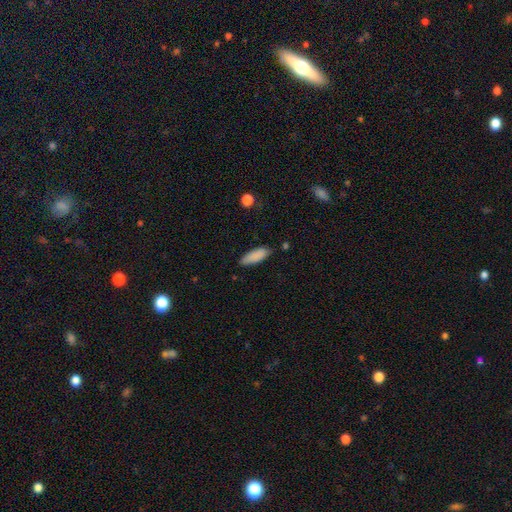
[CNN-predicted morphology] This appears to be a smooth galaxy with no disk features (88%) that is in between round and cigar-shaped (64%). Merging: none (82%).